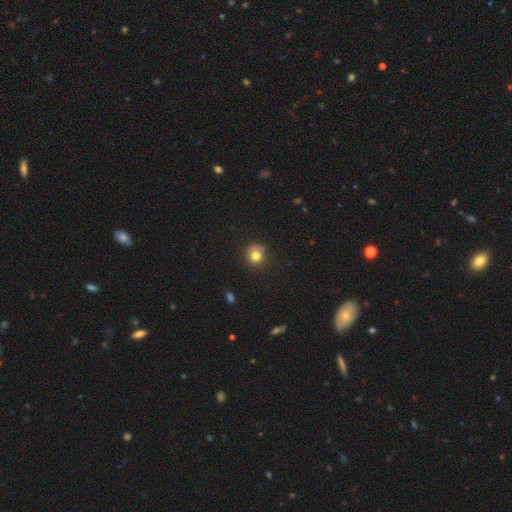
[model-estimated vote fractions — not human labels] smooth-or-featured: smooth: 77% | star or artifact: 12% | featured or disk: 10%
  how-rounded: round: 85% | in between: 14% | cigar-shaped: 1%
  merging: none: 67% | minor disturbance: 22% | major disturbance: 8% | merger: 3%